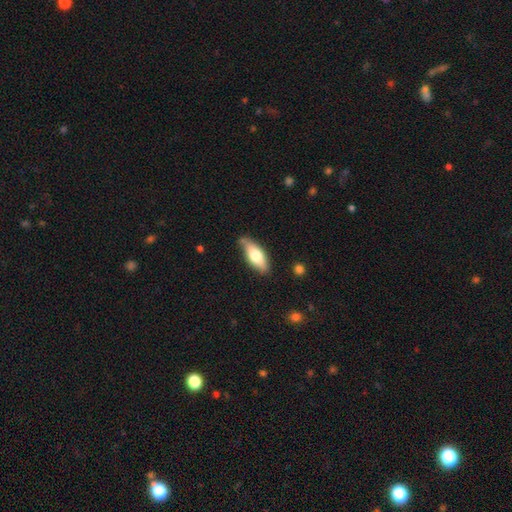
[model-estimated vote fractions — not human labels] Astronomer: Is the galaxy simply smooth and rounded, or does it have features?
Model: smooth — 65%.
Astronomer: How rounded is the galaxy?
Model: in between — 72%.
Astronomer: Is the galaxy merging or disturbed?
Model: none — 71%.